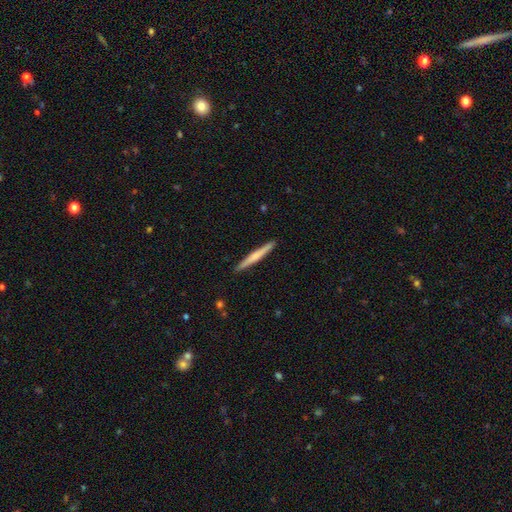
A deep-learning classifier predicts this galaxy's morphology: The model was most divided on "smooth or featured": smooth: 50%, featured or disk: 45%, star or artifact: 5%. More confident: how rounded — cigar-shaped (97%); merging — none (92%).